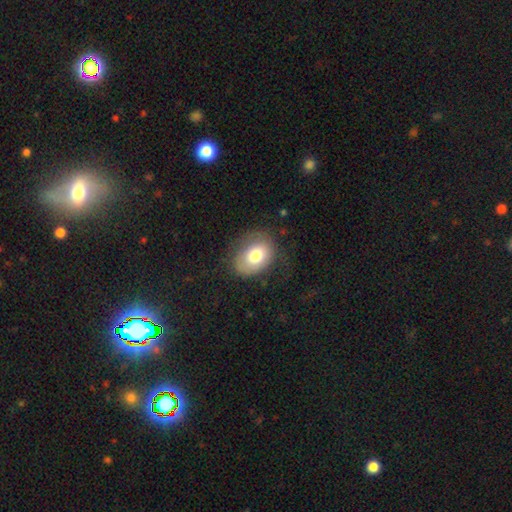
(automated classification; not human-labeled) A smooth galaxy with no disk features (73%) that is in between round and cigar-shaped (71%). Merging: none (69%).